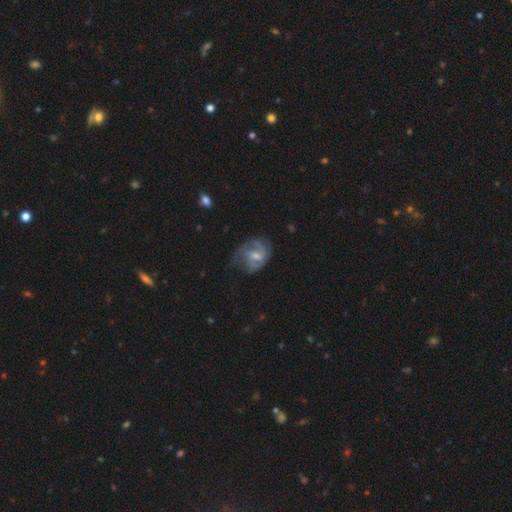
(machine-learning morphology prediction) featured or disk 66%, smooth 24%, star or artifact 9%. Down the decision tree: edge-on disk — no (97%); bar — weak (52%); spiral arms — yes (80%); spiral arm count — can't tell (34%); spiral winding — medium (43%); bulge size — moderate (48%); merging — none (50%).